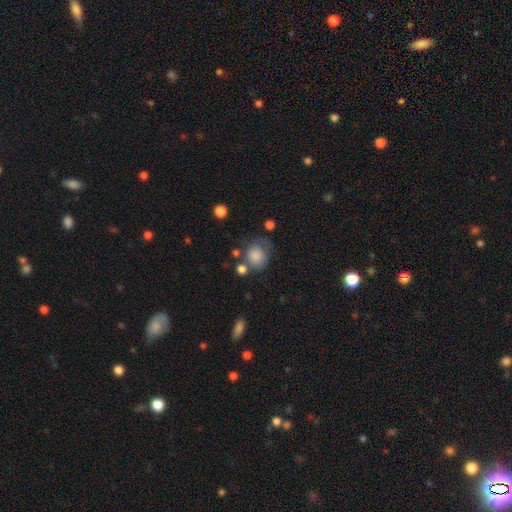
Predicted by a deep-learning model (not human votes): smooth-or-featured: smooth: 83% | star or artifact: 10% | featured or disk: 8%
  how-rounded: round: 73% | in between: 26% | cigar-shaped: 1%
  merging: none: 53% | minor disturbance: 24% | major disturbance: 13% | merger: 10%